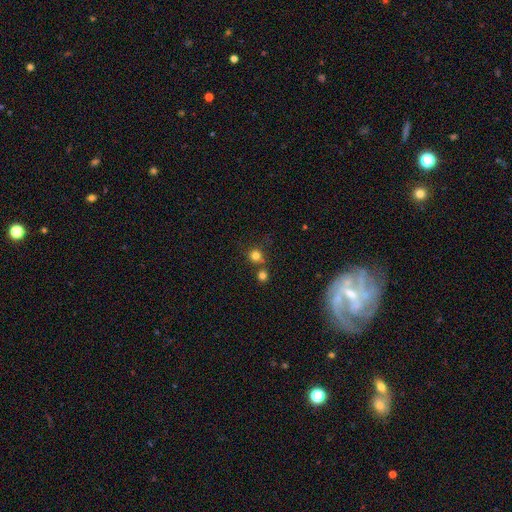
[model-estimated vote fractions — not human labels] Overall: smooth (79%). How rounded: round (90%). Merging: none (62%; merger 26%).